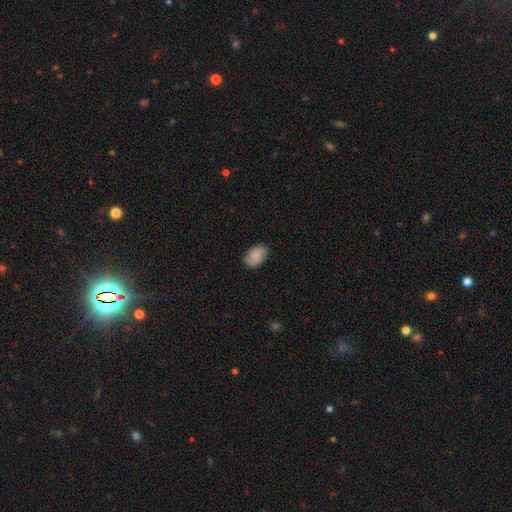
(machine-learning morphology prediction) Q: Smooth or featured?
A: smooth (73%); runner-up: featured or disk (19%)
Q: How rounded?
A: in between (86%); runner-up: round (13%)
Q: Merging?
A: none (83%); runner-up: minor disturbance (13%)